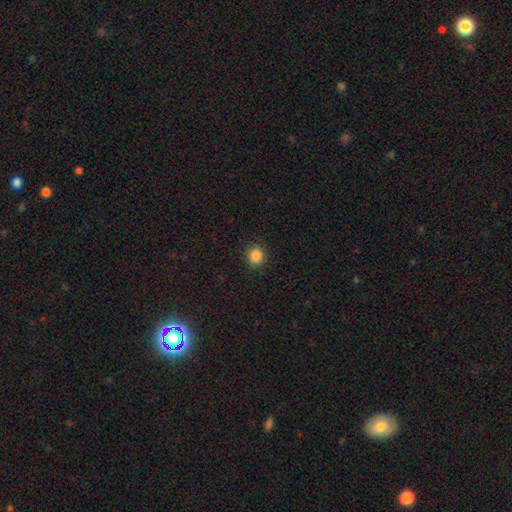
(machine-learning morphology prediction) smooth 86%, star or artifact 11%, featured or disk 3%. Down the decision tree: how rounded — round (87%); merging — none (89%).